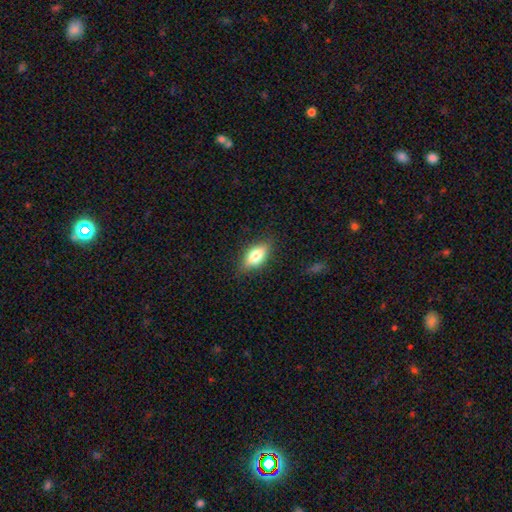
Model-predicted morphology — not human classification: Smooth or featured? Predicted: smooth (p=0.66). How rounded? Predicted: in between (p=0.80). Merging? Predicted: none (p=0.81).